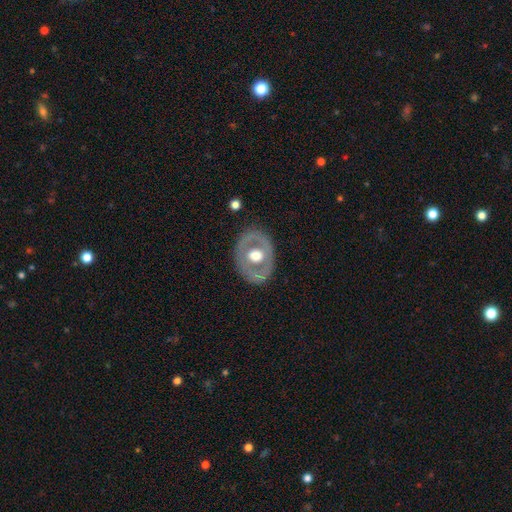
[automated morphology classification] Smooth or featured?
  - featured or disk: 60% *
  - smooth: 35%
  - star or artifact: 5%
Edge-on disk?
  - no: 93% *
  - yes: 7%
Bar?
  - no: 86% *
  - weak: 11%
  - strong: 4%
Spiral arms?
  - no: 89% *
  - yes: 11%
Bulge size?
  - moderate: 56% *
  - large: 37%
  - small: 3%
  - dominant: 2%
  - none: 1%
Merging?
  - none: 80% *
  - minor disturbance: 13%
  - major disturbance: 5%
  - merger: 1%